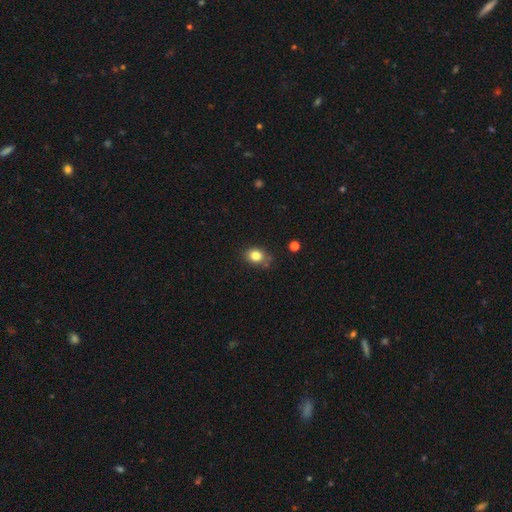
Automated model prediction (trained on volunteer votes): smooth-or-featured: smooth: 82% | star or artifact: 11% | featured or disk: 7%
  how-rounded: round: 52% | in between: 47% | cigar-shaped: 1%
  merging: none: 73% | minor disturbance: 18% | merger: 5% | major disturbance: 4%